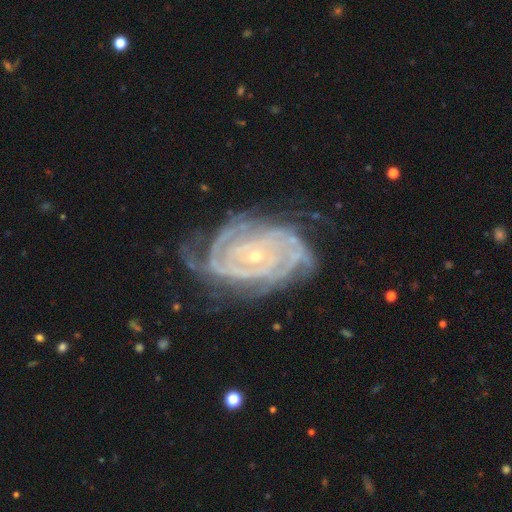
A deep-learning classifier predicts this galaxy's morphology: The model was most divided on "spiral arm count": can't tell: 24%, 4: 20%, 3: 19%, 2: 18%, more than 4: 11%, 1: 7%. More confident: spiral arms — yes (98%); edge-on disk — no (97%); smooth or featured — featured or disk (90%); bulge size — small (82%); spiral winding — tight (79%); bar — no (67%); merging — none (65%).